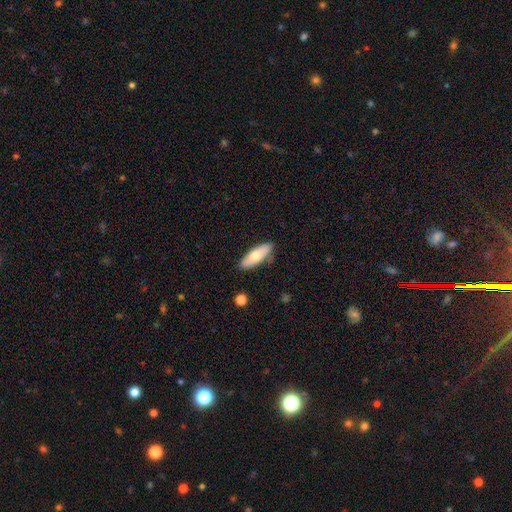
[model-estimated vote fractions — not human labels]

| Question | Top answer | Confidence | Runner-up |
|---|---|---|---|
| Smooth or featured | smooth | 65% | featured or disk (29%) |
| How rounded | in between | 66% | cigar-shaped (32%) |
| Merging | none | 82% | minor disturbance (13%) |